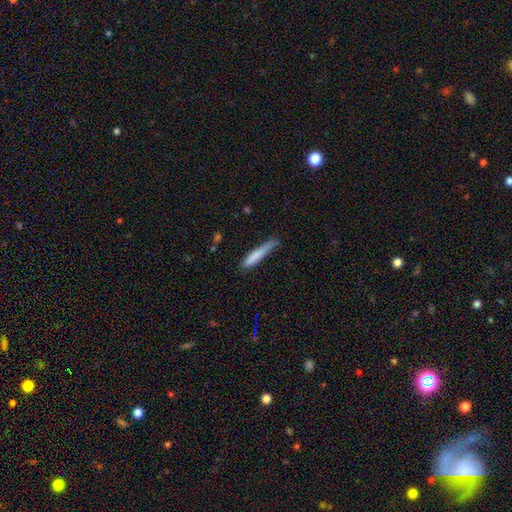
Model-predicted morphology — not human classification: This appears to be a smooth galaxy with no disk features (76%) that is cigar-shaped (91%). Merging: none (52%).